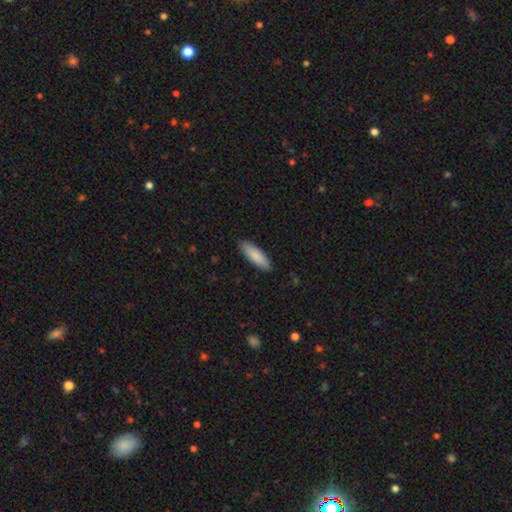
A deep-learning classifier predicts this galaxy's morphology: The model was most divided on "how rounded": in between: 57%, cigar-shaped: 41%, round: 2%. More confident: merging — none (89%); smooth or featured — smooth (86%).